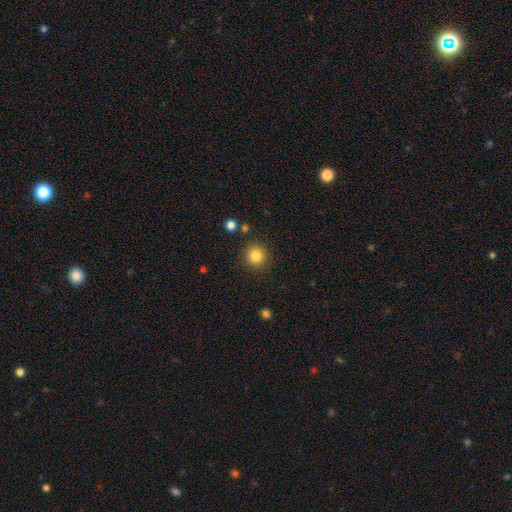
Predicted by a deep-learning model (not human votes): smooth-or-featured: smooth: 83% | star or artifact: 11% | featured or disk: 6%
  how-rounded: round: 93% | in between: 6% | cigar-shaped: 1%
  merging: none: 89% | minor disturbance: 7% | major disturbance: 2% | merger: 2%